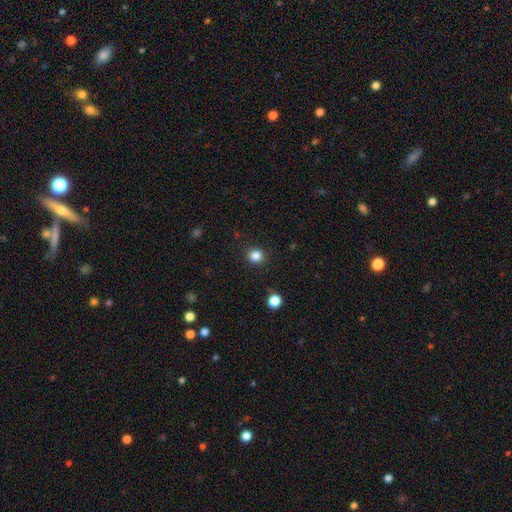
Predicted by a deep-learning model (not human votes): This appears to be a smooth galaxy with no disk features (84%) that is round (87%). Merging: none (90%).